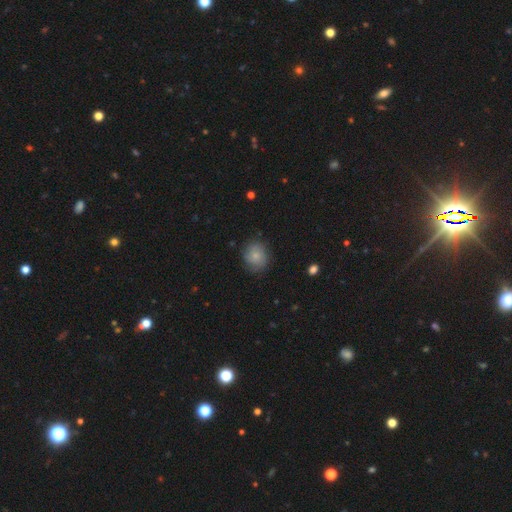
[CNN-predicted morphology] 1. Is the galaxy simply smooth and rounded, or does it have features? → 67% smooth, 25% featured or disk, 8% star or artifact.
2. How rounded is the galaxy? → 76% round, 23% in between, 1% cigar-shaped.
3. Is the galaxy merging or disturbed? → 73% none, 20% minor disturbance, 6% major disturbance, 1% merger.